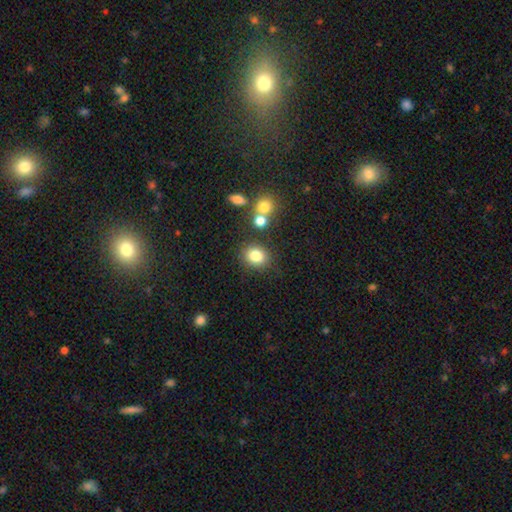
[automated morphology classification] The model was most divided on "how rounded": round: 67%, in between: 32%, cigar-shaped: 1%. More confident: smooth or featured — smooth (81%); merging — none (77%).